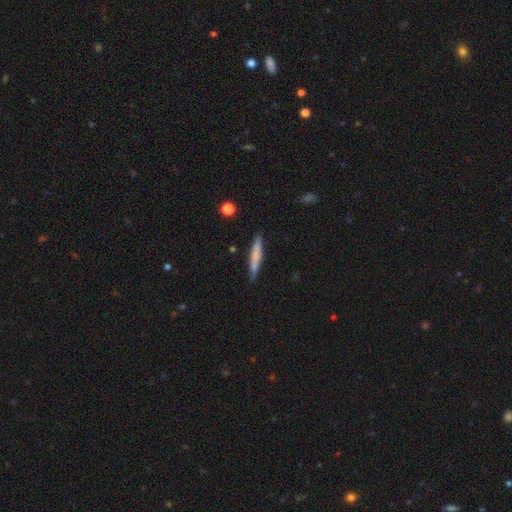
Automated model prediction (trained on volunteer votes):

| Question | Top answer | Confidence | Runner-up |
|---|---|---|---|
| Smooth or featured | smooth | 63% | featured or disk (31%) |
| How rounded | cigar-shaped | 93% | in between (5%) |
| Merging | none | 83% | minor disturbance (13%) |